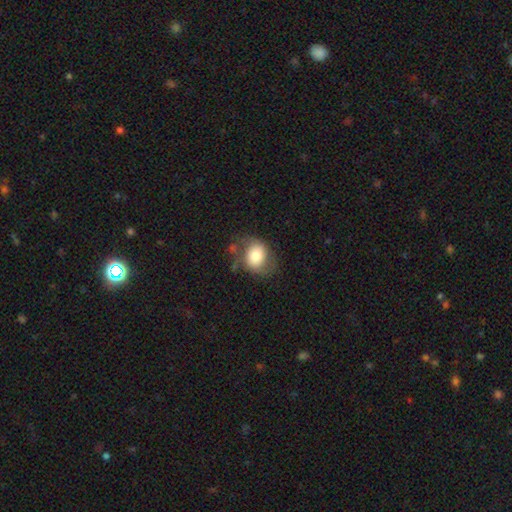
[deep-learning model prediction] Smooth or featured?
  - smooth: 66% *
  - featured or disk: 26%
  - star or artifact: 8%
How rounded?
  - in between: 51% *
  - round: 48%
  - cigar-shaped: 1%
Merging?
  - none: 51% *
  - minor disturbance: 27%
  - major disturbance: 17%
  - merger: 4%